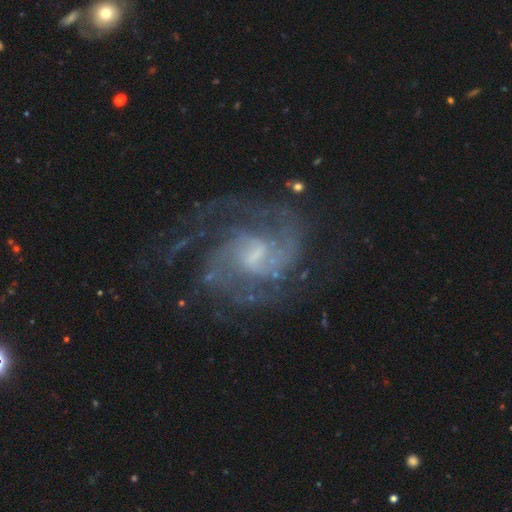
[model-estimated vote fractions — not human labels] This is clearly a featured or disk galaxy (90%). It is clearly not viewed edge-on (98%). Bar: possibly weak (58%). Spiral arm pattern: clearly yes (98%). Spiral arm count: possibly 2 (50%). Spiral winding: possibly medium (50%). Central bulge: marginally small (43%). Merging: likely none (68%).